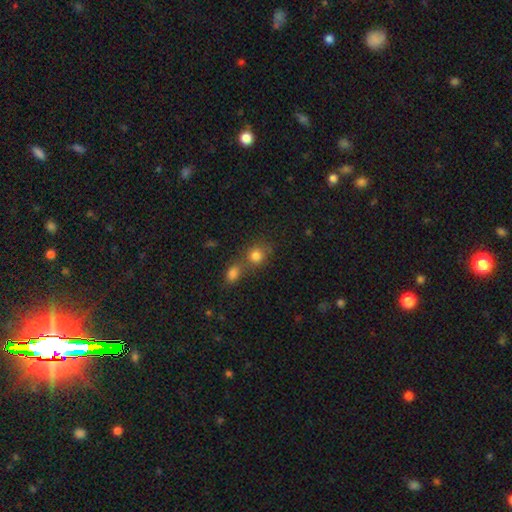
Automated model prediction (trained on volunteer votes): Q: Smooth or featured?
A: smooth (81%); runner-up: star or artifact (12%)
Q: How rounded?
A: round (73%); runner-up: in between (26%)
Q: Merging?
A: none (48%); runner-up: merger (38%)